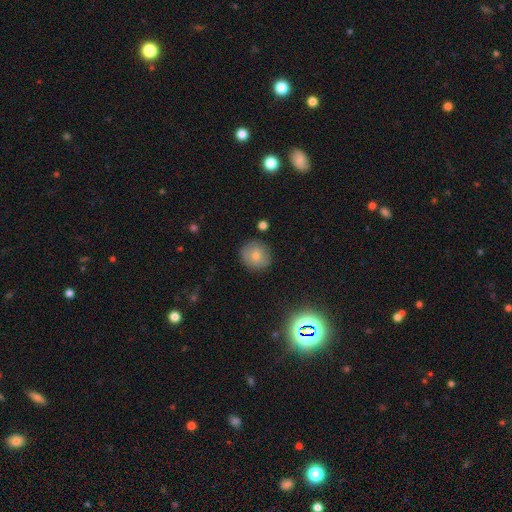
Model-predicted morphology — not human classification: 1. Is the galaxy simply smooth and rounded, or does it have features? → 75% smooth, 14% featured or disk, 10% star or artifact.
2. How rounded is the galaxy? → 88% round, 11% in between, 1% cigar-shaped.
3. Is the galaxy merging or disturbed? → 85% none, 10% minor disturbance, 3% major disturbance, 2% merger.